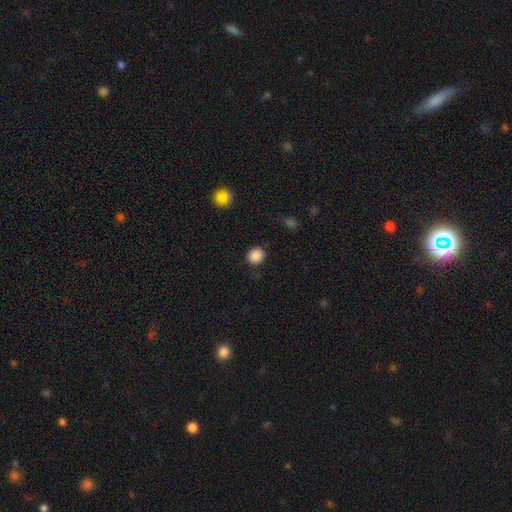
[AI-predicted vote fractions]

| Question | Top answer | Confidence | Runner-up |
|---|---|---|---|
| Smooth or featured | smooth | 88% | star or artifact (10%) |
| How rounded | round | 82% | in between (17%) |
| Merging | none | 87% | minor disturbance (9%) |